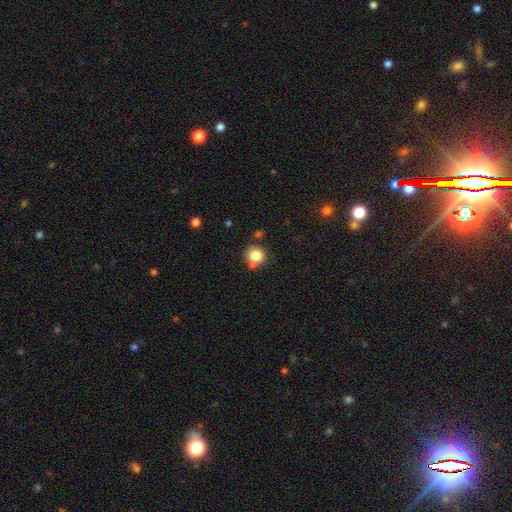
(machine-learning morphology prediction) A smooth galaxy with no disk features (81%) that is round (88%).

Vote fractions:
- Smooth or featured? smooth: 81% / star or artifact: 11% / featured or disk: 8%
- How rounded? round: 88% / in between: 11% / cigar-shaped: 1%
- Merging? none: 67% / merger: 17% / minor disturbance: 13% / major disturbance: 4%